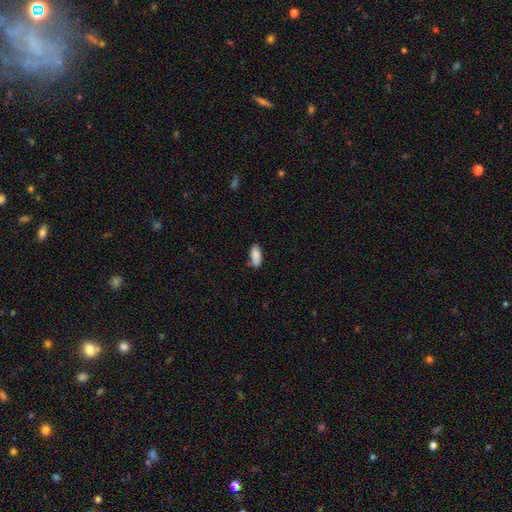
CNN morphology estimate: smooth_or_featured: smooth (p=0.88) [alt: star or artifact p=0.06]
how_rounded: in between (p=0.86) [alt: cigar-shaped p=0.12]
merging: none (p=0.76) [alt: minor disturbance p=0.17]